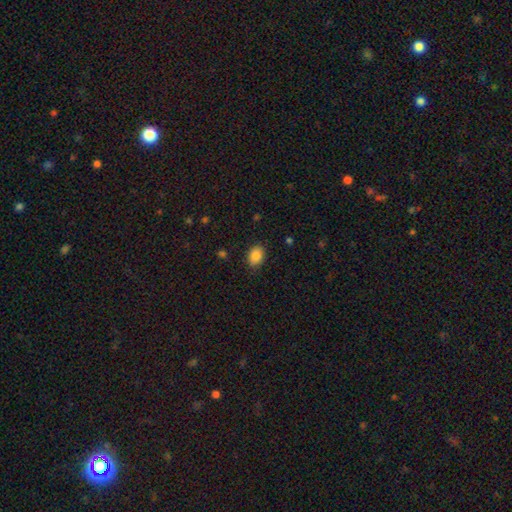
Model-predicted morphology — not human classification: smooth-or-featured: smooth: 87% | star or artifact: 8% | featured or disk: 5%
  how-rounded: in between: 72% | round: 27% | cigar-shaped: 1%
  merging: none: 86% | minor disturbance: 10% | major disturbance: 2% | merger: 1%